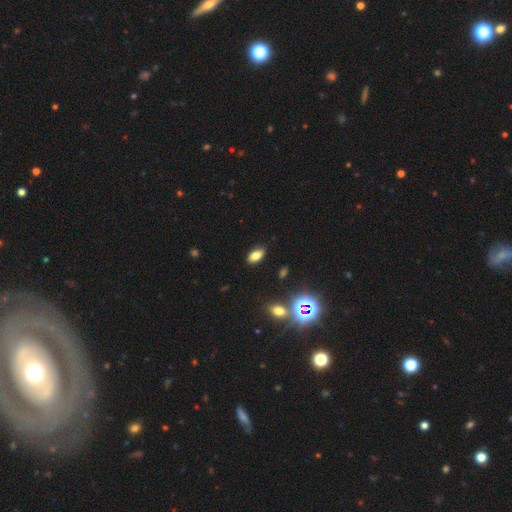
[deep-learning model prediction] This is likely a smooth galaxy (77%). How rounded: clearly in between (89%). Merging: clearly none (88%).